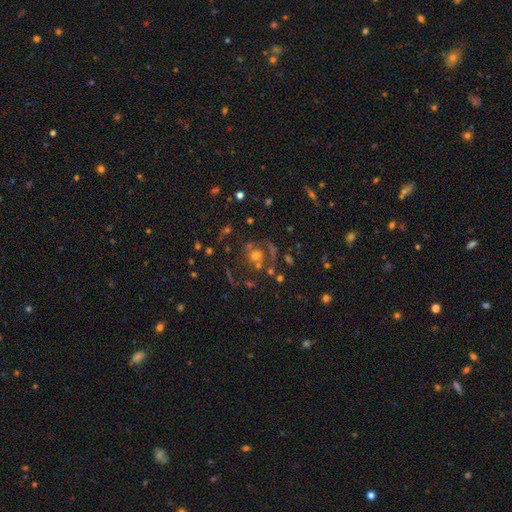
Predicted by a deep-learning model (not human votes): smooth_or_featured: smooth (p=0.44) [alt: featured or disk p=0.29]
merging: none (p=0.48) [alt: merger p=0.20]